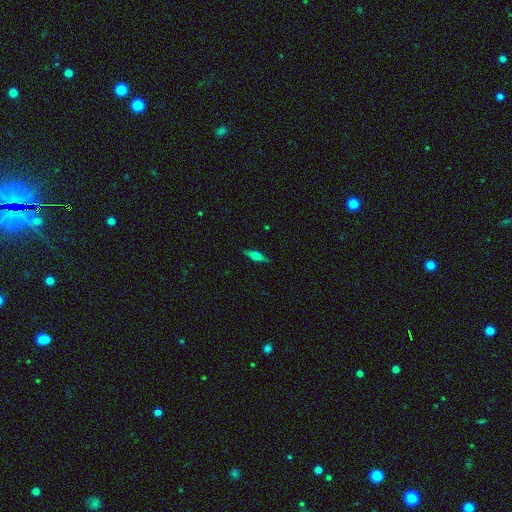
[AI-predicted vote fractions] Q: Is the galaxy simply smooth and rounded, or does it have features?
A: featured or disk — 51%.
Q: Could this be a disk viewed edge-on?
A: yes — 94%.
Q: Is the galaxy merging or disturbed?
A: none — 87%.